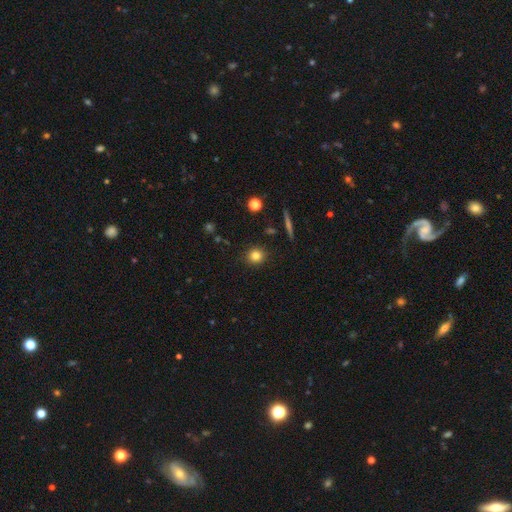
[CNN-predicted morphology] Overall: smooth (81%). How rounded: round (89%). Merging: none (90%).